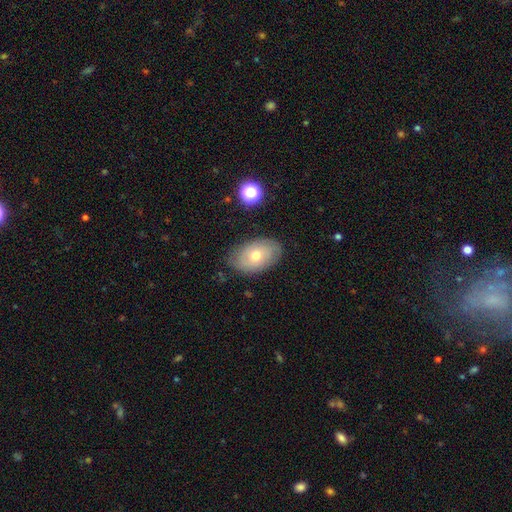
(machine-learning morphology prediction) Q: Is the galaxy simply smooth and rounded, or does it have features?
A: smooth — 50%.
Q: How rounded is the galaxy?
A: in between — 87%.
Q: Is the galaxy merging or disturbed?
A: none — 79%.